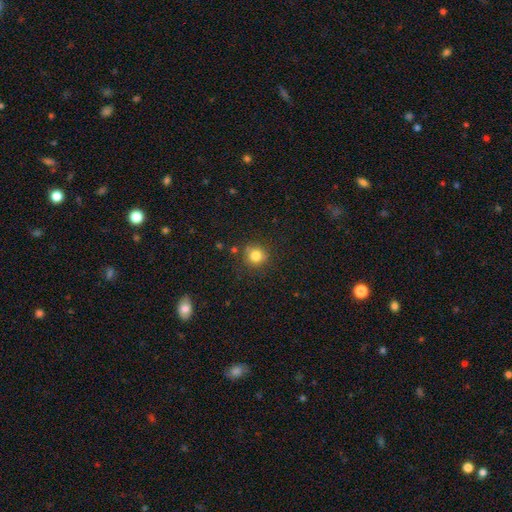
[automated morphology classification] Q: Smooth or featured?
A: smooth (81%); runner-up: star or artifact (13%)
Q: How rounded?
A: round (91%); runner-up: in between (8%)
Q: Merging?
A: none (82%); runner-up: minor disturbance (11%)